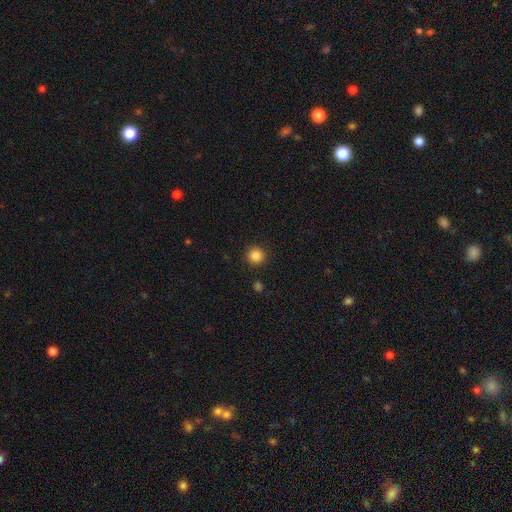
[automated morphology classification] A smooth galaxy with no disk features (85%) that is round (95%). Merging: none (92%).